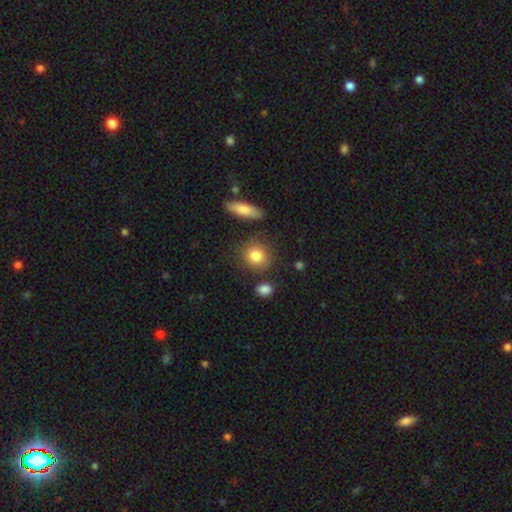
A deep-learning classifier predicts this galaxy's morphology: Q: Smooth or featured?
A: smooth (83%); runner-up: featured or disk (9%)
Q: How rounded?
A: round (78%); runner-up: in between (20%)
Q: Merging?
A: none (78%); runner-up: minor disturbance (12%)